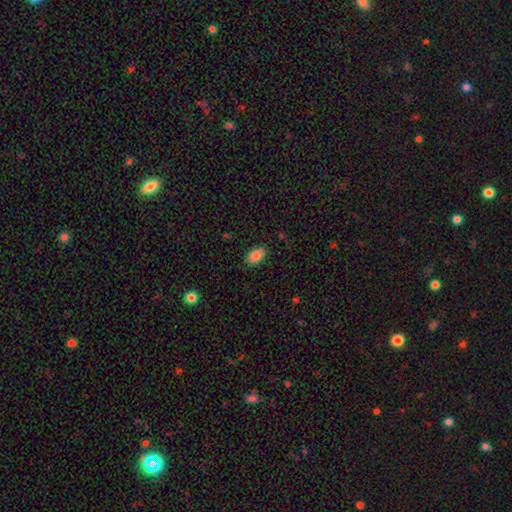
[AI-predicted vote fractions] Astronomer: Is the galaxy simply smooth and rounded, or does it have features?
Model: smooth — 86%.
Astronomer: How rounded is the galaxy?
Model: in between — 92%.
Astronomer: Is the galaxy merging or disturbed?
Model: none — 84%.